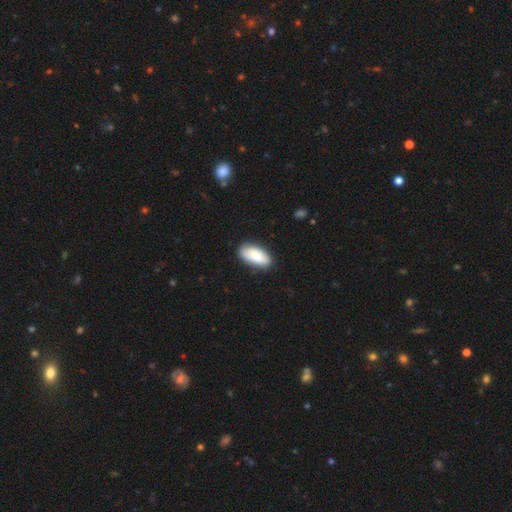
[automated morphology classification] Smooth or featured? smooth (84%)
How rounded? in between (91%)
Merging? none (83%)